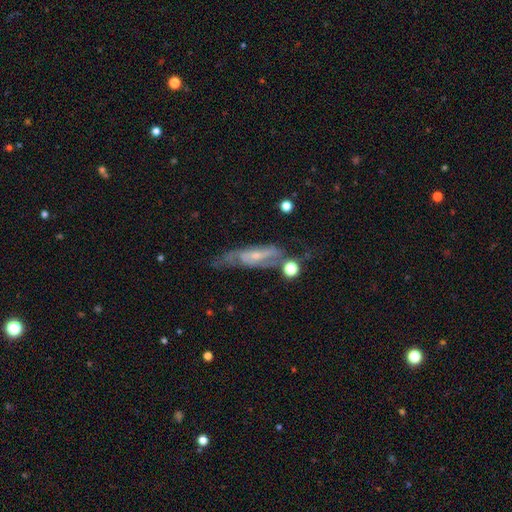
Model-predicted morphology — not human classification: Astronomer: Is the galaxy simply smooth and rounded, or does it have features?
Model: featured or disk — 73%.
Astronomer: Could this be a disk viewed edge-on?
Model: no — 74%.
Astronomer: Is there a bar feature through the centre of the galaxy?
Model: no — 43% (runner-up: weak, 39%).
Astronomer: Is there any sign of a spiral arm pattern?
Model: yes — 83%.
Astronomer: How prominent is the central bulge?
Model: small — 63%.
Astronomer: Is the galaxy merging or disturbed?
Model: none — 45% (runner-up: minor disturbance, 25%).